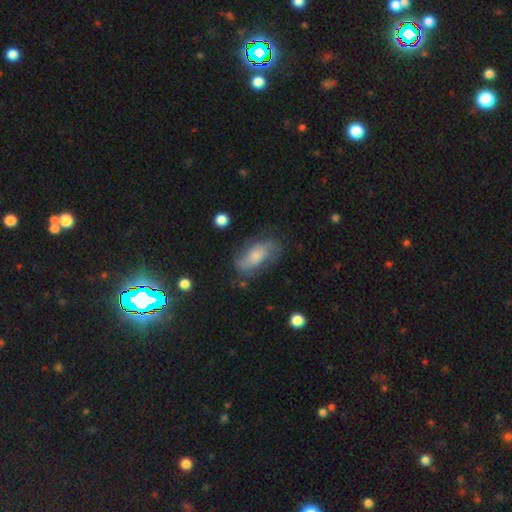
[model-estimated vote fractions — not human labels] Morphology: type=featured or disk (48%); merging=none (66%).